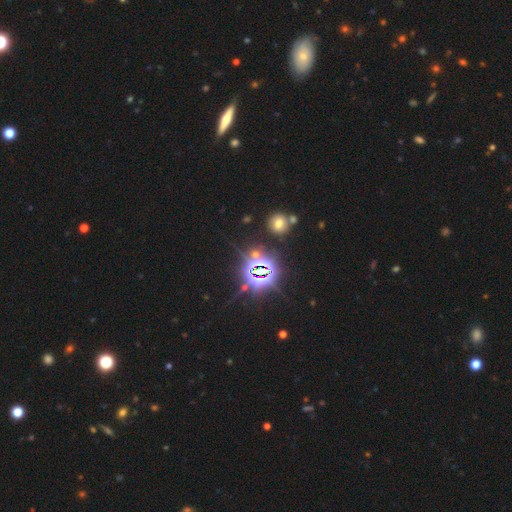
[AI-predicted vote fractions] Morphology: type=star or artifact (75%).